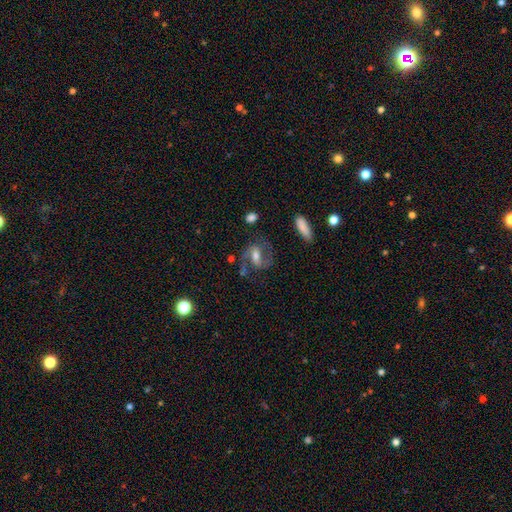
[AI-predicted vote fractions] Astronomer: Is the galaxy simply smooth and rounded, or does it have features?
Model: featured or disk — 74%.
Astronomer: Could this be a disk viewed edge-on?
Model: no — 96%.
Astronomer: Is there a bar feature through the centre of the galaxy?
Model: weak — 45% (runner-up: strong, 34%).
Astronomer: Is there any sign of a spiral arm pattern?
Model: yes — 91%.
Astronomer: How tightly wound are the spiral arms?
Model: medium — 54%.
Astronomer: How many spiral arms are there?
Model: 2 — 88%.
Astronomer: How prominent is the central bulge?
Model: moderate — 54%.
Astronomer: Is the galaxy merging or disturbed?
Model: none — 62%.